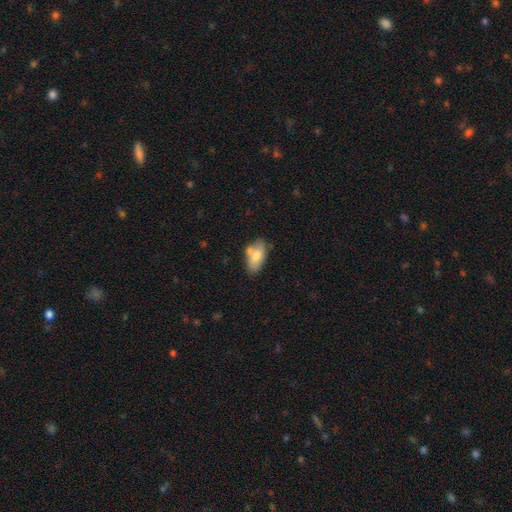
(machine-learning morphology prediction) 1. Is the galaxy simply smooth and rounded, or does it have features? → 73% smooth, 20% featured or disk, 7% star or artifact.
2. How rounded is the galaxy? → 91% in between, 6% cigar-shaped, 4% round.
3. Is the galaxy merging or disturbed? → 59% none, 20% minor disturbance, 16% merger, 5% major disturbance.